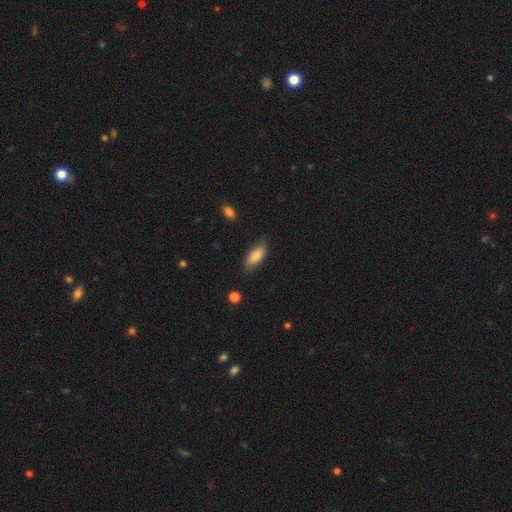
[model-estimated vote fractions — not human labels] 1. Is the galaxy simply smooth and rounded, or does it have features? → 81% smooth, 13% featured or disk, 6% star or artifact.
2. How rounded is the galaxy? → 83% in between, 15% cigar-shaped, 2% round.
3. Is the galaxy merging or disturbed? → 80% none, 16% minor disturbance, 3% major disturbance, 2% merger.